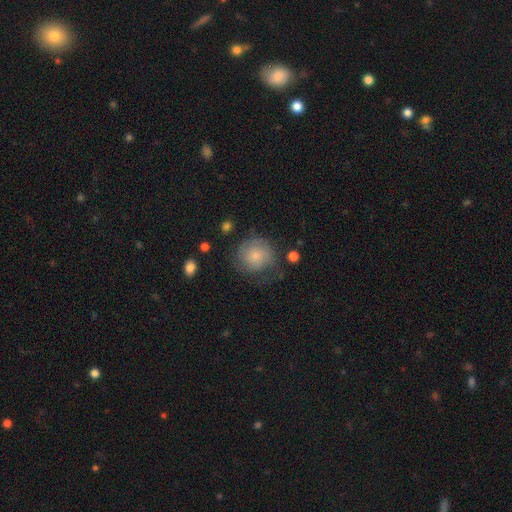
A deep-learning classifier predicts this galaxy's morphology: smooth_or_featured: smooth (p=0.65) [alt: featured or disk p=0.28]
how_rounded: round (p=0.88) [alt: in between p=0.11]
merging: none (p=0.57) [alt: minor disturbance p=0.24]